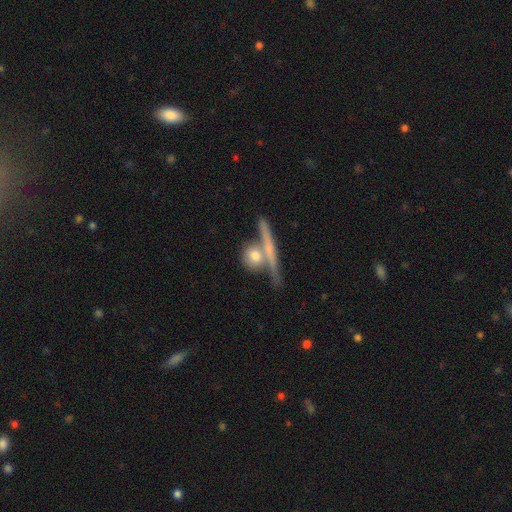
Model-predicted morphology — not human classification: A smooth galaxy with no disk features (58%) that is round (53%). Merging: none (49%).